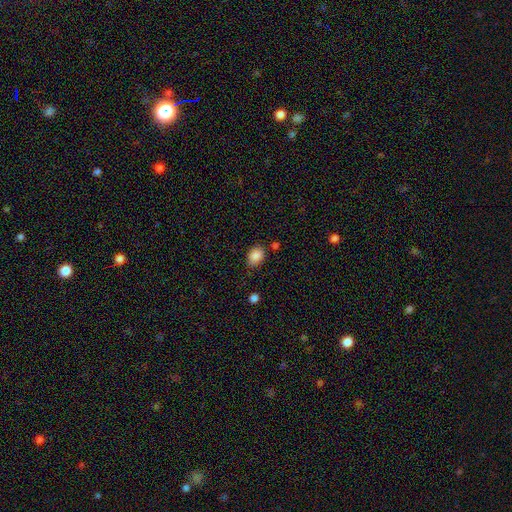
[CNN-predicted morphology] smooth-or-featured: smooth: 87% | star or artifact: 8% | featured or disk: 4%
  how-rounded: in between: 68% | round: 31% | cigar-shaped: 1%
  merging: none: 75% | minor disturbance: 17% | merger: 4% | major disturbance: 4%